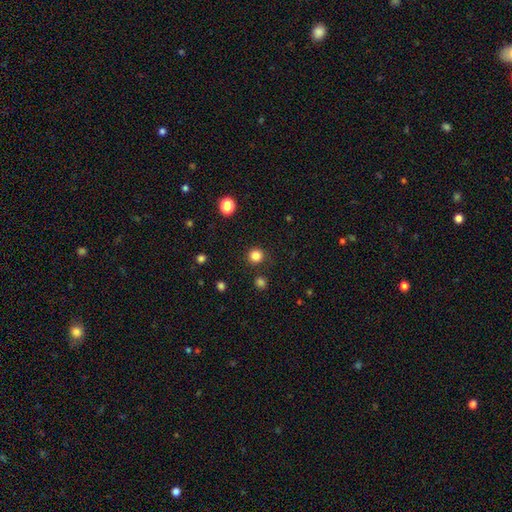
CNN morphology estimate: Q: Smooth or featured?
A: smooth (83%); runner-up: star or artifact (13%)
Q: How rounded?
A: round (94%); runner-up: in between (5%)
Q: Merging?
A: none (88%); runner-up: minor disturbance (7%)